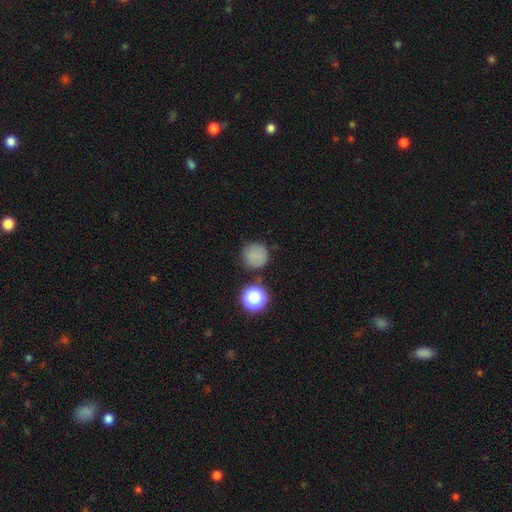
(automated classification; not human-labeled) Q: Smooth or featured?
A: smooth (79%); runner-up: star or artifact (15%)
Q: How rounded?
A: round (94%); runner-up: in between (5%)
Q: Merging?
A: none (81%); runner-up: minor disturbance (11%)